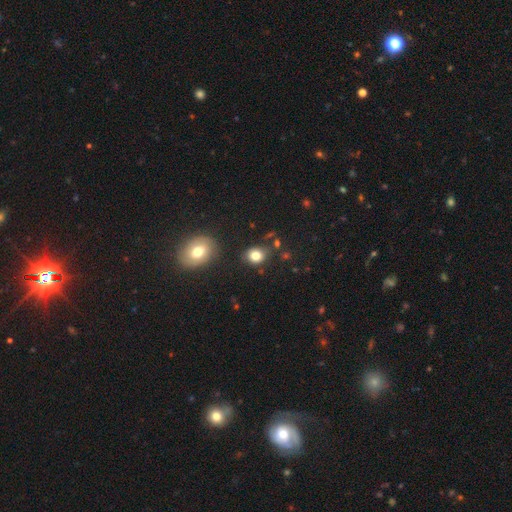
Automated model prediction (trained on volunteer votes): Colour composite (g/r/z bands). It shows a smooth galaxy with no disk features (82%) that is round (57%). Merging: none (79%).